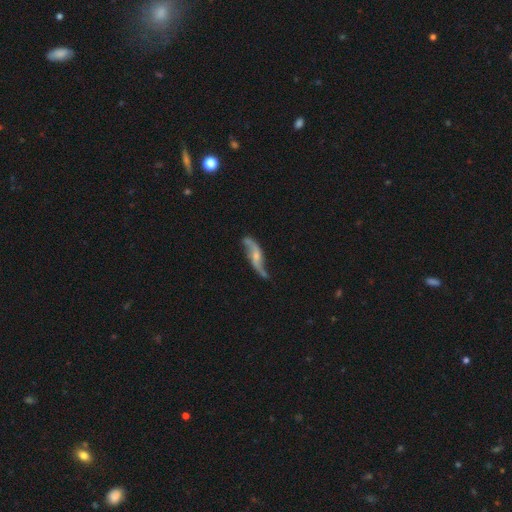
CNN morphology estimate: Smooth or featured?
  - featured or disk: 82% *
  - smooth: 12%
  - star or artifact: 5%
Edge-on disk?
  - no: 88% *
  - yes: 12%
Bar?
  - no: 52% *
  - weak: 36%
  - strong: 12%
Spiral arms?
  - yes: 93% *
  - no: 7%
Spiral winding?
  - loose: 88% *
  - medium: 9%
  - tight: 3%
Spiral arm count?
  - 2: 91% *
  - 1: 3%
  - can't tell: 3%
  - 3: 1%
  - 4: 1%
  - more than 4: 1%
Bulge size?
  - small: 50% *
  - moderate: 35%
  - none: 11%
  - large: 3%
  - dominant: 1%
Merging?
  - none: 60% *
  - minor disturbance: 22%
  - major disturbance: 11%
  - merger: 7%